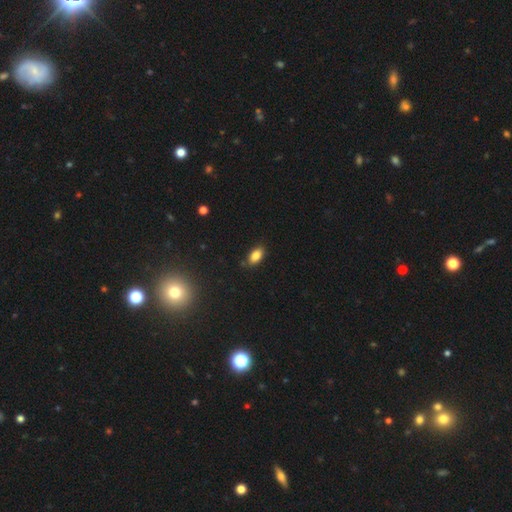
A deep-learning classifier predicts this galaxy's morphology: smooth 84%, star or artifact 9%, featured or disk 7%. Down the decision tree: how rounded — in between (90%); merging — none (82%).